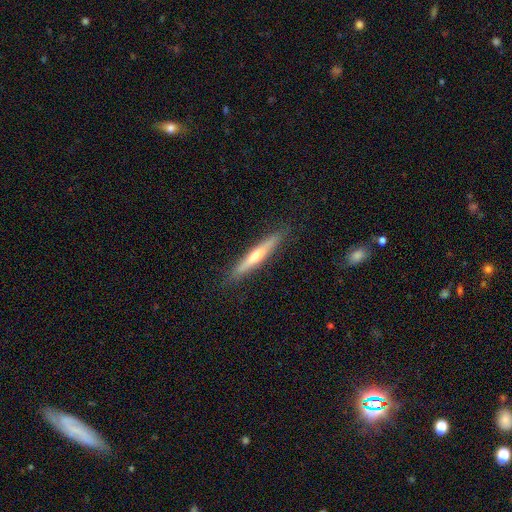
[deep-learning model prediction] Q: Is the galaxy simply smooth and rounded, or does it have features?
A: featured or disk — 58%.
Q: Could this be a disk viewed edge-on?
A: yes — 96%.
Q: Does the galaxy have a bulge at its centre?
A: rounded — 81%.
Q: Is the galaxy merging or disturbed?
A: none — 90%.